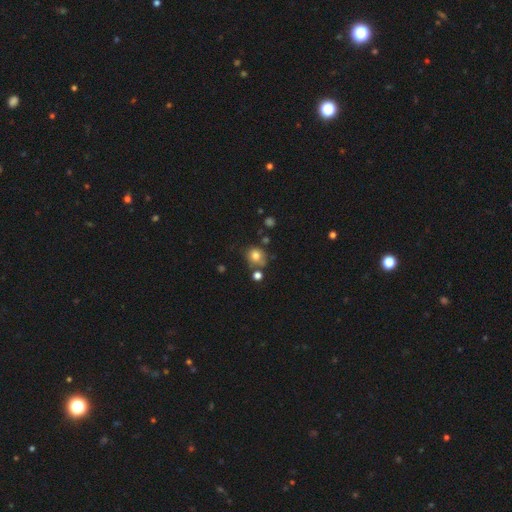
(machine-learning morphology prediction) A smooth galaxy with no disk features (79%) that is round (69%). Merging: none (63%).